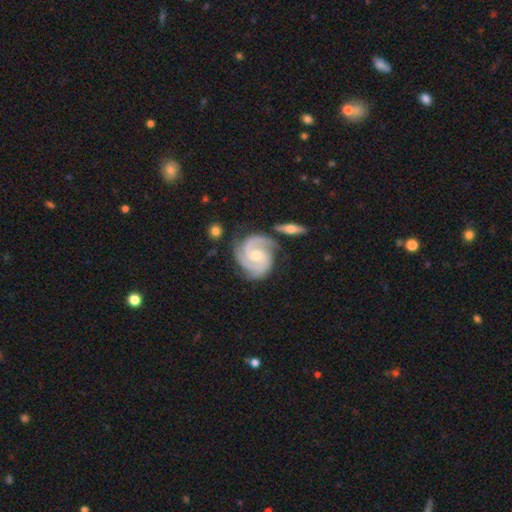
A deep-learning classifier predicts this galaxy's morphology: smooth_or_featured: featured or disk (p=0.92) [alt: smooth p=0.04]
disk_edge_on: no (p=0.98) [alt: yes p=0.02]
bar: no (p=0.60) [alt: weak p=0.31]
has_spiral_arms: yes (p=0.99) [alt: no p=0.01]
spiral_winding: tight (p=0.62) [alt: medium p=0.33]
spiral_arm_count: 3 (p=0.51) [alt: 2 p=0.32]
bulge_size: moderate (p=0.52) [alt: small p=0.45]
merging: none (p=0.71) [alt: minor disturbance p=0.18]